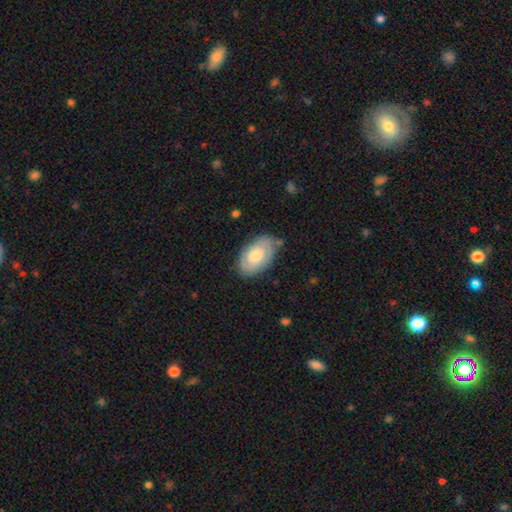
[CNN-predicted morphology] Smooth or featured?
  - smooth: 50% *
  - featured or disk: 44%
  - star or artifact: 6%
Merging?
  - none: 75% *
  - minor disturbance: 19%
  - major disturbance: 5%
  - merger: 2%